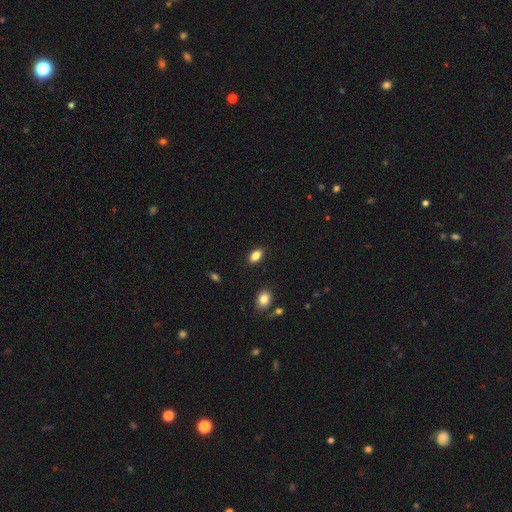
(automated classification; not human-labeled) A smooth galaxy with no disk features (85%) that is in between round and cigar-shaped (89%). Merging: none (88%).